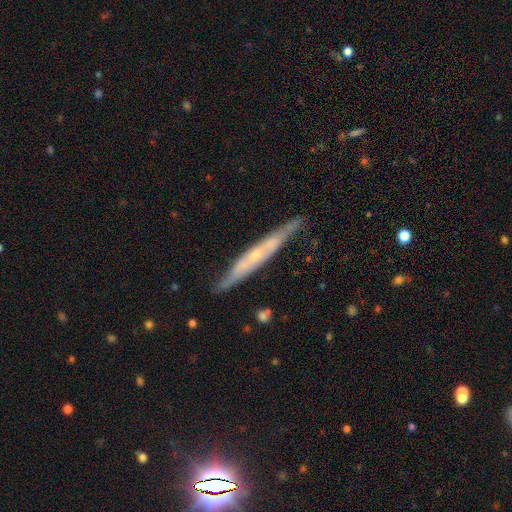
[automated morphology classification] Smooth or featured: featured or disk — 68% (smooth — 26%)
Edge-on disk: yes — 84% (no — 16%)
Edge-on bulge: none — 50% (rounded — 45%)
Merging: none — 80% (minor disturbance — 15%)